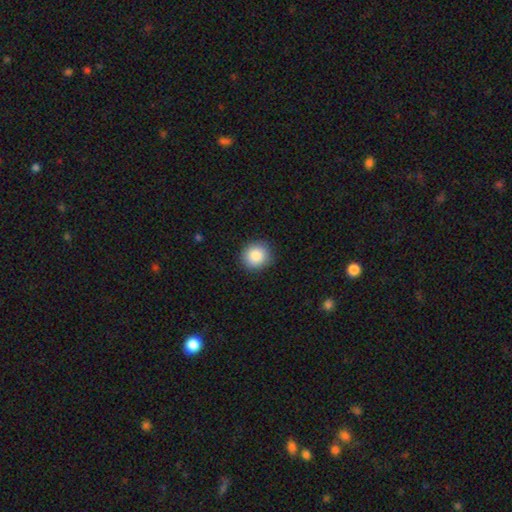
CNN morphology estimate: A smooth galaxy with no disk features (88%) that is round (88%).

Vote fractions:
- Smooth or featured? smooth: 88% / star or artifact: 8% / featured or disk: 4%
- How rounded? round: 88% / in between: 11% / cigar-shaped: 1%
- Merging? none: 89% / minor disturbance: 8% / major disturbance: 2% / merger: 1%